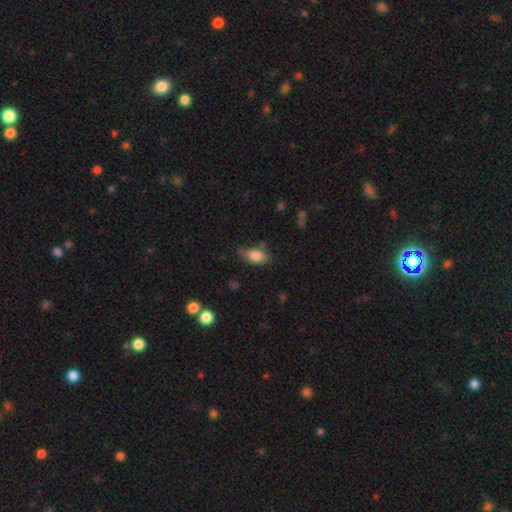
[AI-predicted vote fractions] Q: Smooth or featured?
A: smooth (84%); runner-up: star or artifact (8%)
Q: How rounded?
A: in between (88%); runner-up: round (9%)
Q: Merging?
A: none (67%); runner-up: minor disturbance (22%)